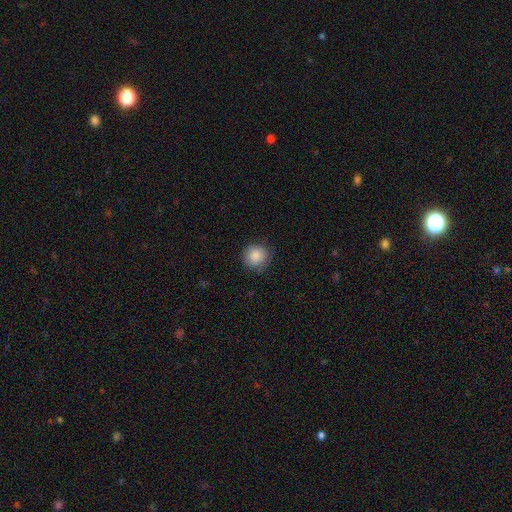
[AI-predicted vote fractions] smooth 87%, star or artifact 8%, featured or disk 5%. Down the decision tree: how rounded — round (93%); merging — none (84%).